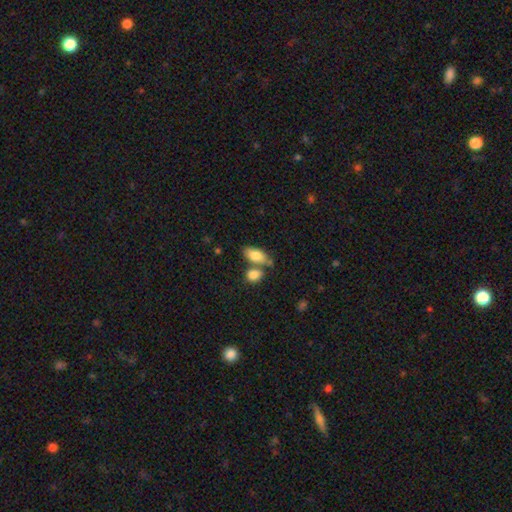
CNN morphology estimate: This appears to be a smooth galaxy with no disk features (83%) that is in between round and cigar-shaped (89%). Merging: none (50%).